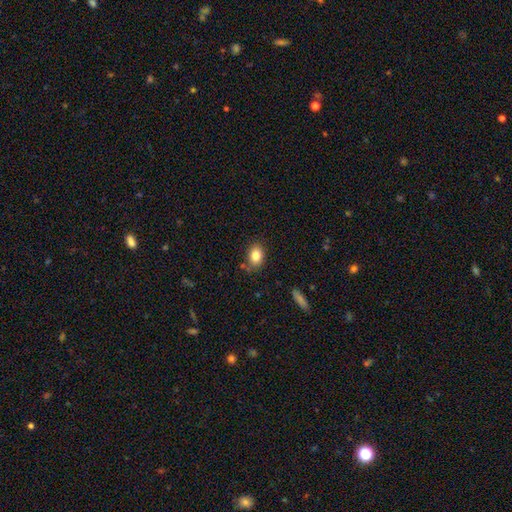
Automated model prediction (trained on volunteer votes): smooth_or_featured: smooth (p=0.84) [alt: star or artifact p=0.09]
how_rounded: in between (p=0.76) [alt: round p=0.23]
merging: none (p=0.80) [alt: minor disturbance p=0.13]